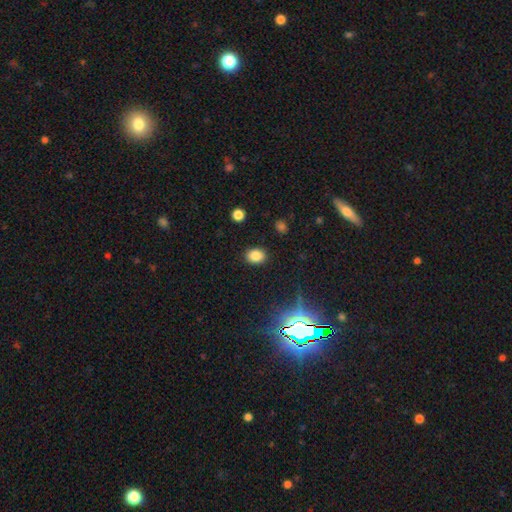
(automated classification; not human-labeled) Q: Smooth or featured?
A: smooth (83%); runner-up: star or artifact (12%)
Q: How rounded?
A: in between (61%); runner-up: round (38%)
Q: Merging?
A: none (88%); runner-up: minor disturbance (8%)